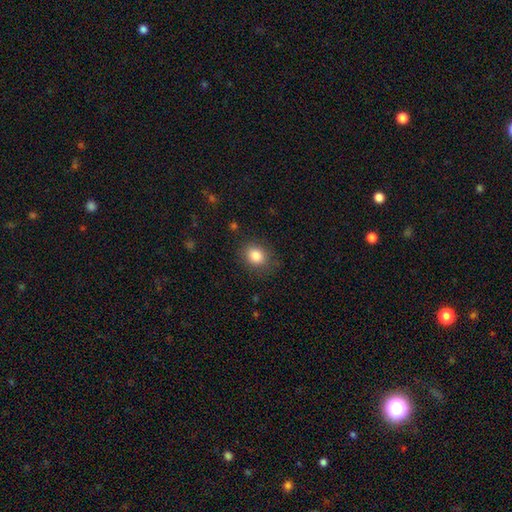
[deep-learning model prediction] Smooth or featured?
  - smooth: 84% *
  - star or artifact: 10%
  - featured or disk: 6%
How rounded?
  - round: 66% *
  - in between: 33%
  - cigar-shaped: 1%
Merging?
  - none: 83% *
  - minor disturbance: 12%
  - major disturbance: 4%
  - merger: 1%